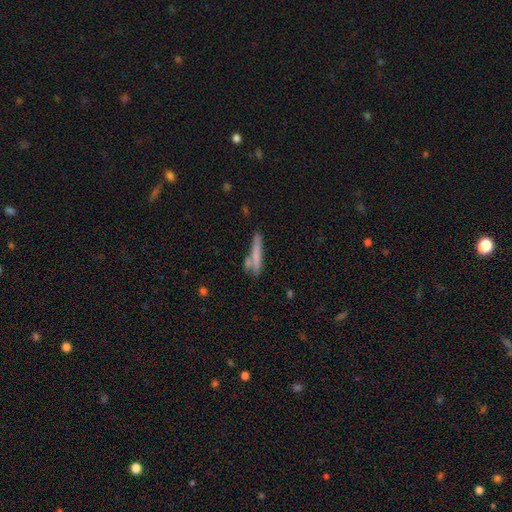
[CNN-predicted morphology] This is likely a smooth galaxy (65%). How rounded: clearly cigar-shaped (90%). Merging: possibly none (58%).